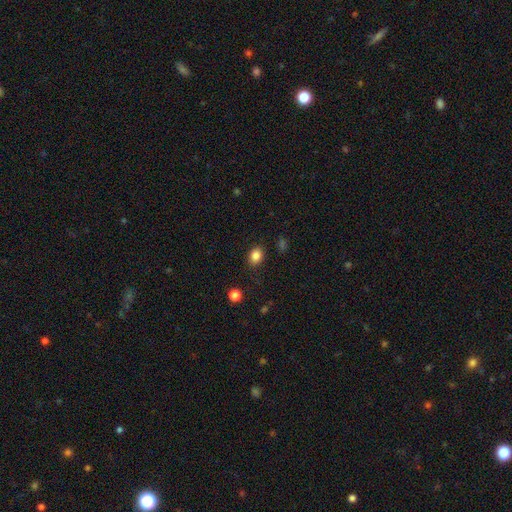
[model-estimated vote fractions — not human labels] Smooth or featured? smooth (85%)
How rounded? in between (51%)
Merging? none (84%)